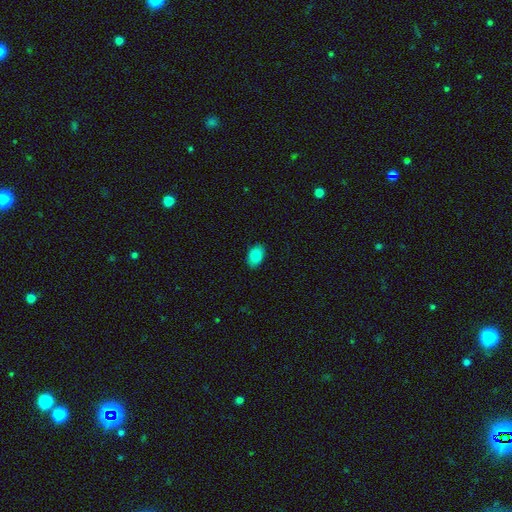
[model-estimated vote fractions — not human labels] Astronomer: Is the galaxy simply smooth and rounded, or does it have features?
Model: smooth — 86%.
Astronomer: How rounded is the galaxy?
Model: in between — 88%.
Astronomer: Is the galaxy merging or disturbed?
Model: none — 87%.